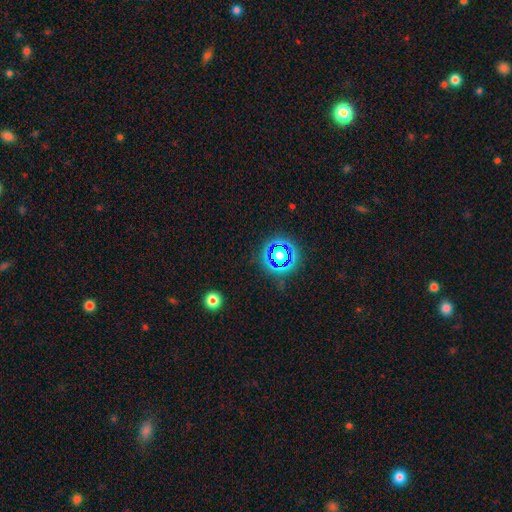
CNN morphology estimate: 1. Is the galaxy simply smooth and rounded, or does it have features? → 73% star or artifact, 19% smooth, 8% featured or disk.